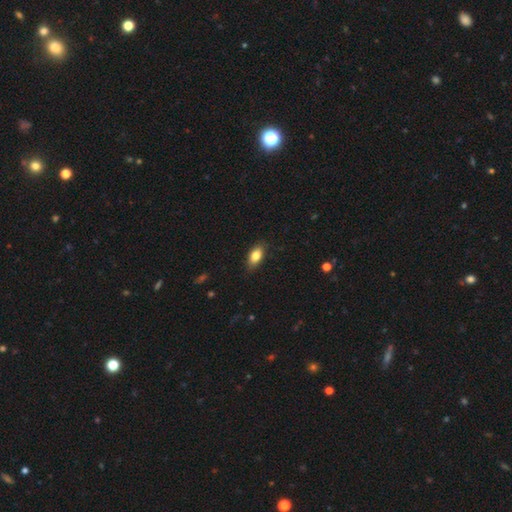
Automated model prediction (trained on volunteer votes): This appears to be a smooth galaxy with no disk features (82%) that is in between round and cigar-shaped (88%). Merging: none (83%).